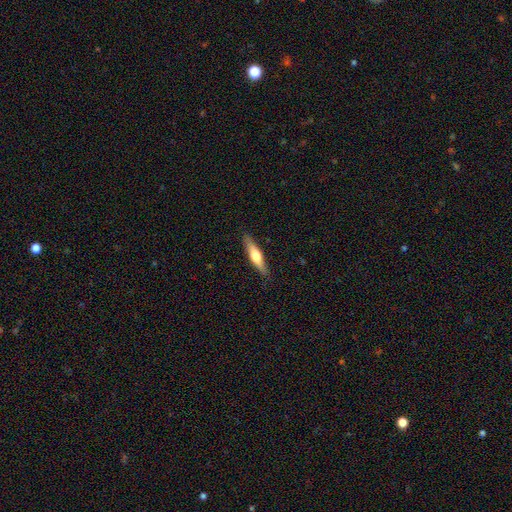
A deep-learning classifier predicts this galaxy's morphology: Overall: smooth (48%; featured or disk 47%). Merging: none (88%).